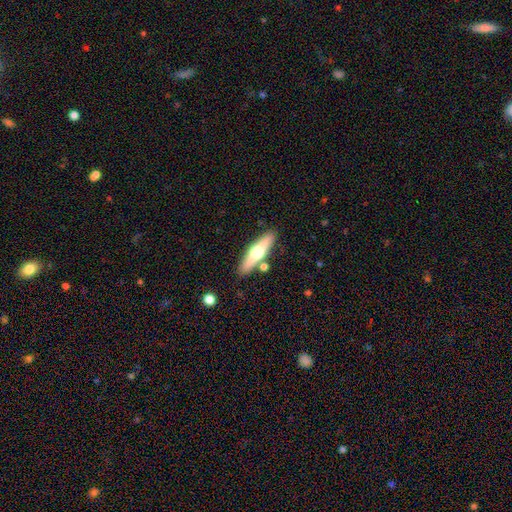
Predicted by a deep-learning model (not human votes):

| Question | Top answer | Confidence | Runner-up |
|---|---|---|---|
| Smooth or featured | featured or disk | 52% | smooth (42%) |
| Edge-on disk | yes | 90% | no (10%) |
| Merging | none | 84% | minor disturbance (9%) |